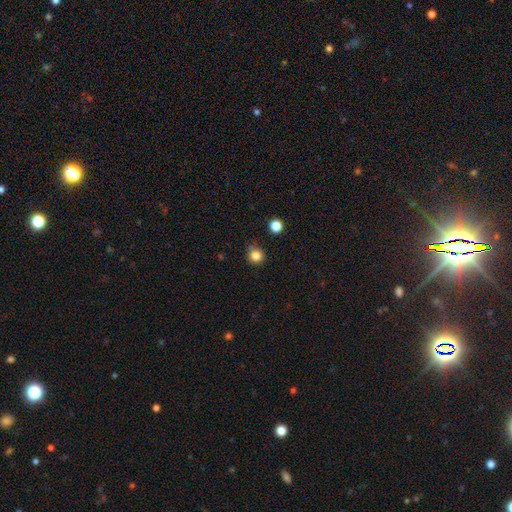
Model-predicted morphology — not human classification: smooth_or_featured: smooth (p=0.83) [alt: star or artifact p=0.13]
how_rounded: round (p=0.94) [alt: in between p=0.05]
merging: none (p=0.82) [alt: minor disturbance p=0.12]